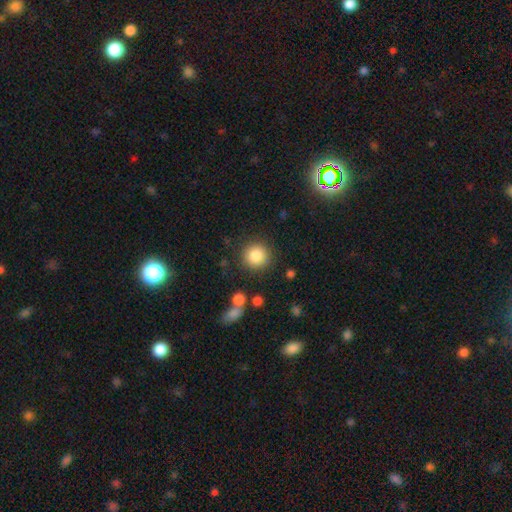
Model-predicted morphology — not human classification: Smooth or featured: smooth — 86% (star or artifact — 9%)
How rounded: round — 93% (in between — 6%)
Merging: none — 86% (minor disturbance — 8%)